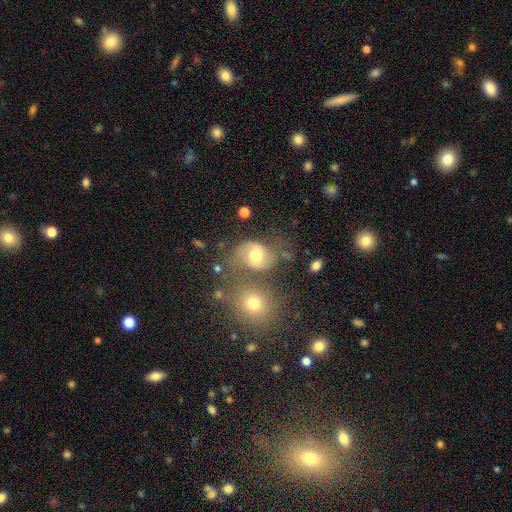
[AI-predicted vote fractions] smooth 45%, featured or disk 43%, star or artifact 12%. Down the decision tree: merging — none (50%).